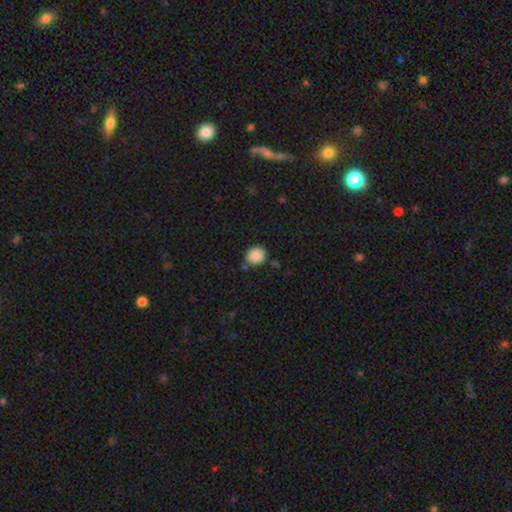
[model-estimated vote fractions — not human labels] Smooth or featured: smooth — 88% (star or artifact — 8%)
How rounded: round — 86% (in between — 13%)
Merging: none — 83% (minor disturbance — 10%)